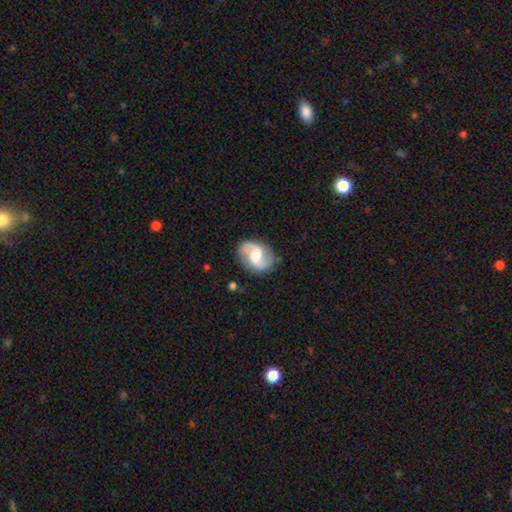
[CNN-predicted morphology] Overall: featured or disk (82%). Edge-on disk: no (98%). Bar: weak (49%; no 35%). Spiral arms: yes (95%). Spiral arm count: 2 (92%). Spiral winding: medium (47%; loose 38%). Bulge size: moderate (58%; small 22%). Merging: none (82%).